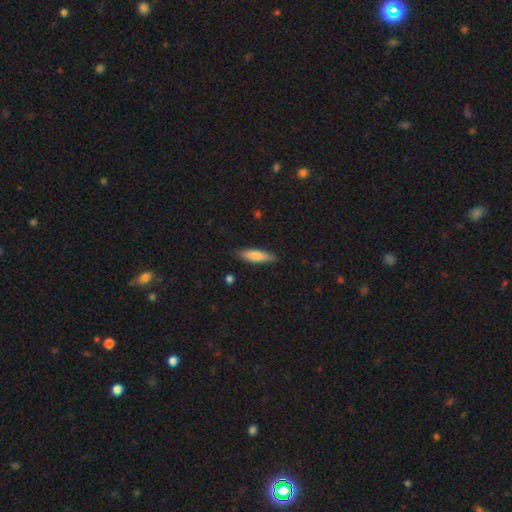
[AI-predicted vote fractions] Q: Smooth or featured?
A: smooth (79%); runner-up: featured or disk (15%)
Q: How rounded?
A: cigar-shaped (60%); runner-up: in between (39%)
Q: Merging?
A: none (84%); runner-up: minor disturbance (12%)